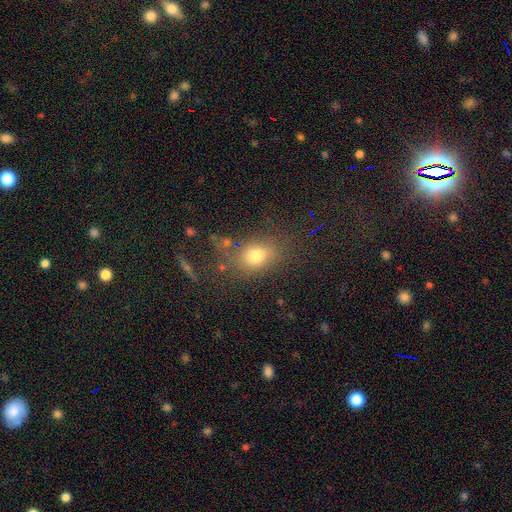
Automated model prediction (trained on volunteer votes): This is likely a smooth galaxy (73%). How rounded: likely in between (67%). Merging: likely none (71%).